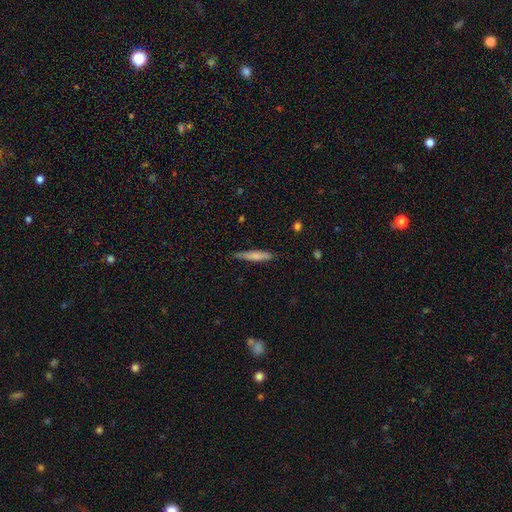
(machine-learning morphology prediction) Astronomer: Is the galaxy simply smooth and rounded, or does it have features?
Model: smooth — 71%.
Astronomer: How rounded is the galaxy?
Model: cigar-shaped — 91%.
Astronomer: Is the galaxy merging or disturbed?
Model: none — 82%.